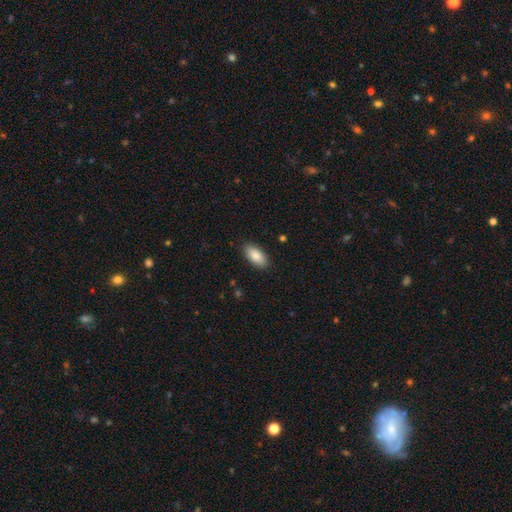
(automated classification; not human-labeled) Smooth or featured? Predicted: smooth (p=0.86). How rounded? Predicted: in between (p=0.90). Merging? Predicted: none (p=0.88).